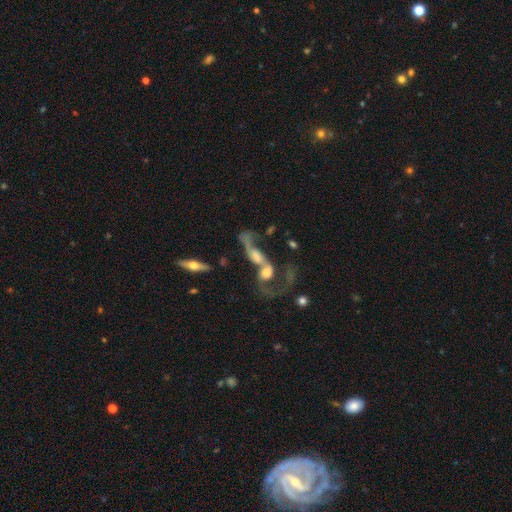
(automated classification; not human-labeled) Smooth or featured? Predicted: featured or disk (p=0.58). Edge-on disk? Predicted: no (p=0.84). Merging? Predicted: merger (p=0.72).